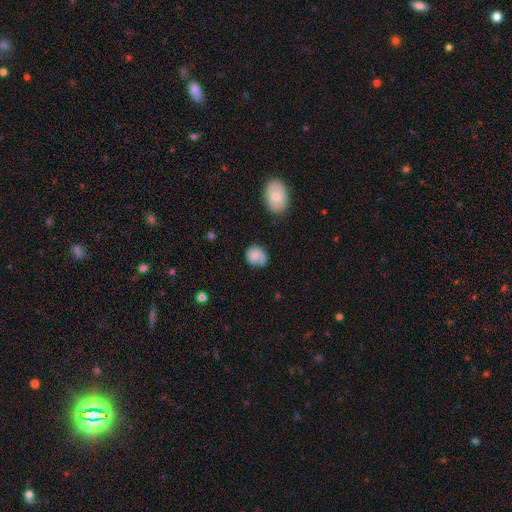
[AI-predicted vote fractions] The model was most divided on "merging": none: 57%, minor disturbance: 29%, major disturbance: 11%, merger: 3%. More confident: smooth or featured — smooth (69%); how rounded — round (68%).